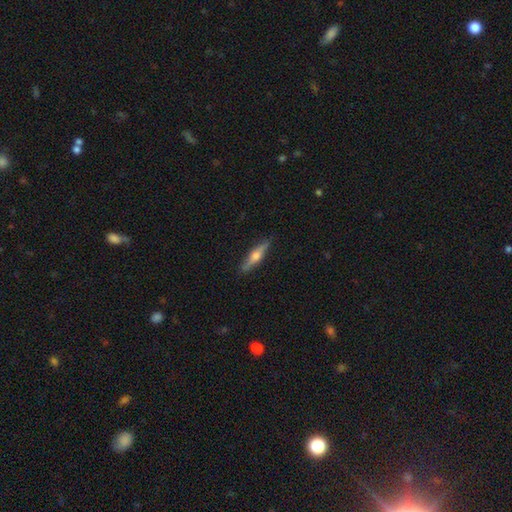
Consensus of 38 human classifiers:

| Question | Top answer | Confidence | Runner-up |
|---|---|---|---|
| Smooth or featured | featured or disk | 79% | smooth (16%) |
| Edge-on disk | yes | 100% | — |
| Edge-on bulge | rounded | 100% | — |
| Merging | none | 86% | minor disturbance (14%) |